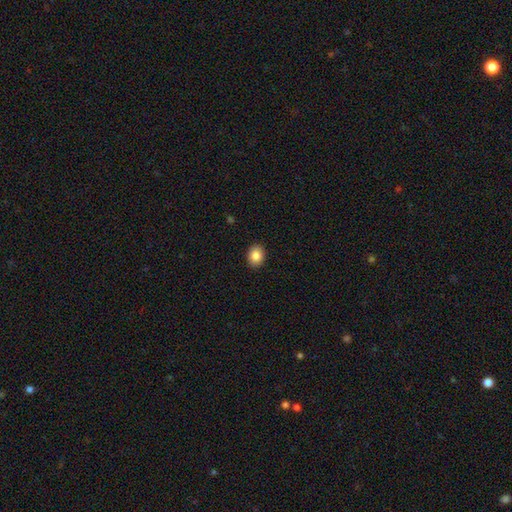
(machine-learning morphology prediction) smooth_or_featured: smooth (p=0.85) [alt: star or artifact p=0.08]
how_rounded: in between (p=0.57) [alt: round p=0.43]
merging: none (p=0.91) [alt: minor disturbance p=0.06]